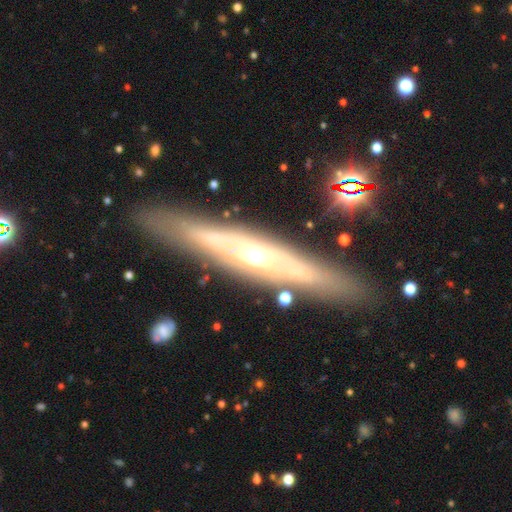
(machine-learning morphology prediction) smooth_or_featured: featured or disk (p=0.77) [alt: smooth p=0.16]
disk_edge_on: yes (p=0.75) [alt: no p=0.25]
edge_on_bulge: rounded (p=0.78) [alt: none p=0.17]
merging: none (p=0.86) [alt: minor disturbance p=0.09]